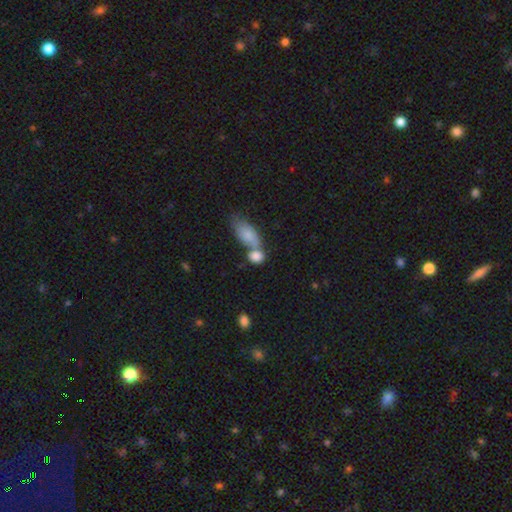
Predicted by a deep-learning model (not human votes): Q: Smooth or featured?
A: smooth (83%); runner-up: featured or disk (9%)
Q: How rounded?
A: in between (62%); runner-up: round (33%)
Q: Merging?
A: merger (49%); runner-up: none (34%)